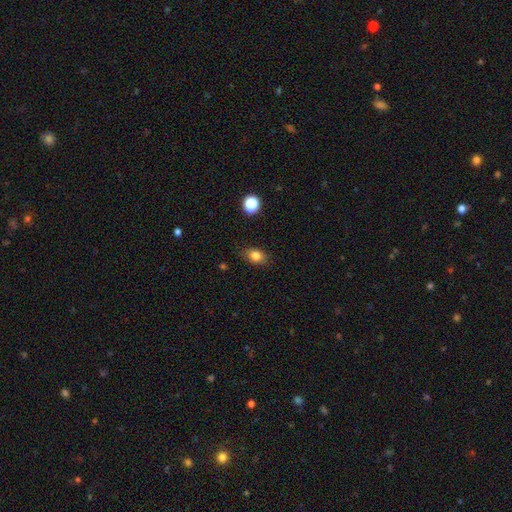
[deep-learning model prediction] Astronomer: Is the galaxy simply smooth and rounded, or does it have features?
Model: smooth — 82%.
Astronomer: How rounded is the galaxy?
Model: in between — 73%.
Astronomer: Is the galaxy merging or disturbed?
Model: none — 82%.